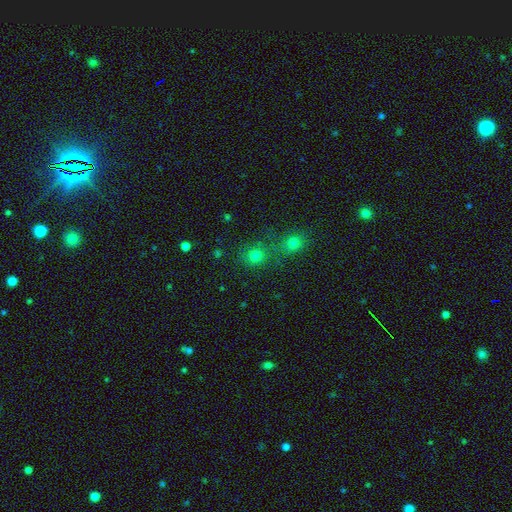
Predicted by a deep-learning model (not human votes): A smooth galaxy with no disk features (77%) that is round (86%).

Vote fractions:
- Smooth or featured? smooth: 77% / star or artifact: 17% / featured or disk: 6%
- How rounded? round: 86% / in between: 13% / cigar-shaped: 1%
- Merging? none: 61% / merger: 27% / minor disturbance: 8% / major disturbance: 4%